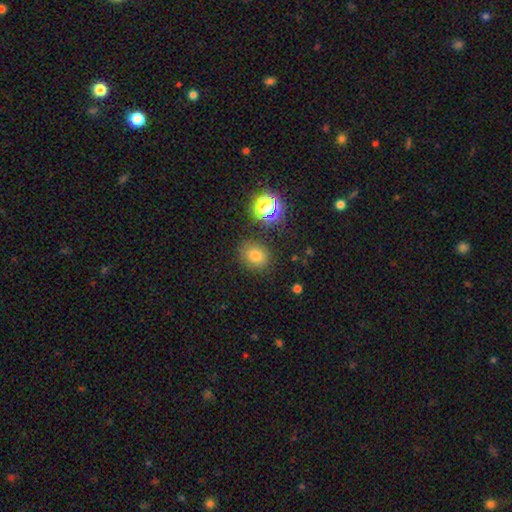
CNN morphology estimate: Smooth or featured?
  - smooth: 73% *
  - star or artifact: 18%
  - featured or disk: 9%
How rounded?
  - round: 53% *
  - in between: 46%
  - cigar-shaped: 1%
Merging?
  - none: 81% *
  - minor disturbance: 12%
  - major disturbance: 4%
  - merger: 3%